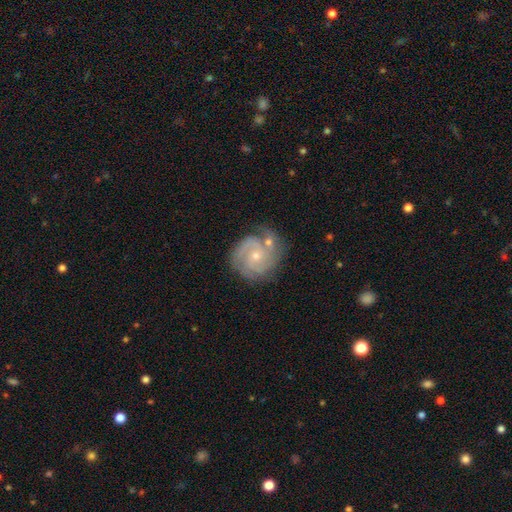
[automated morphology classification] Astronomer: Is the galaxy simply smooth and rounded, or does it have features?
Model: featured or disk — 82%.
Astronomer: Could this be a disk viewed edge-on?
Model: no — 98%.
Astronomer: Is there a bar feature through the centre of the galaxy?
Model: no — 71%.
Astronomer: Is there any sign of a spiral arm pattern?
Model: yes — 95%.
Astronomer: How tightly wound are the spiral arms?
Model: tight — 61%.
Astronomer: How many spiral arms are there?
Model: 3 — 35% (runner-up: 2, 29%).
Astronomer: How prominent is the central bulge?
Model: small — 66%.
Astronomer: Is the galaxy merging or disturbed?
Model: none — 59%.